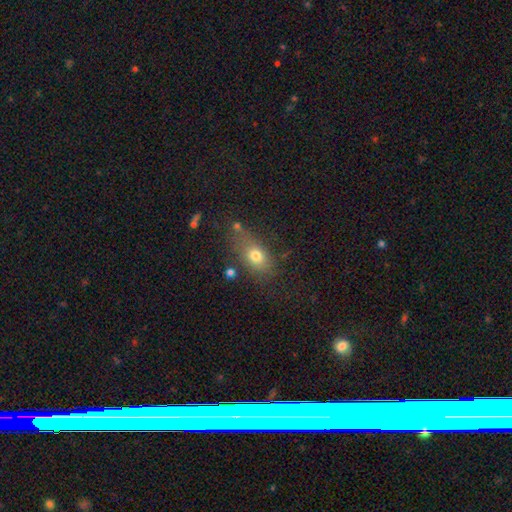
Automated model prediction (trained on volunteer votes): Q: Smooth or featured?
A: smooth (73%); runner-up: featured or disk (14%)
Q: How rounded?
A: in between (73%); runner-up: round (21%)
Q: Merging?
A: none (64%); runner-up: minor disturbance (20%)